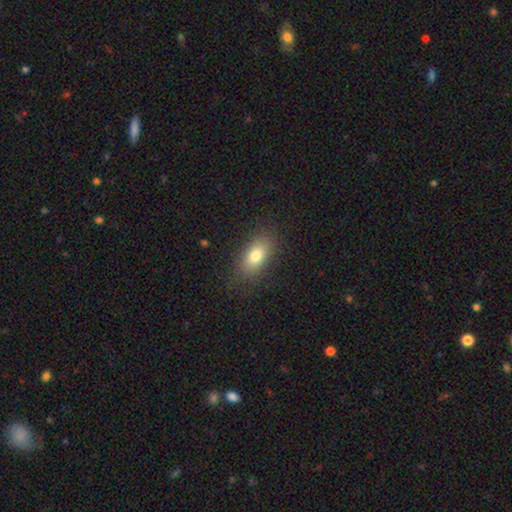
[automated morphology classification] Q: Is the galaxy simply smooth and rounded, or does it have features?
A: smooth — 79%.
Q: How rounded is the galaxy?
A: in between — 86%.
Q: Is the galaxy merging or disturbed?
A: none — 84%.